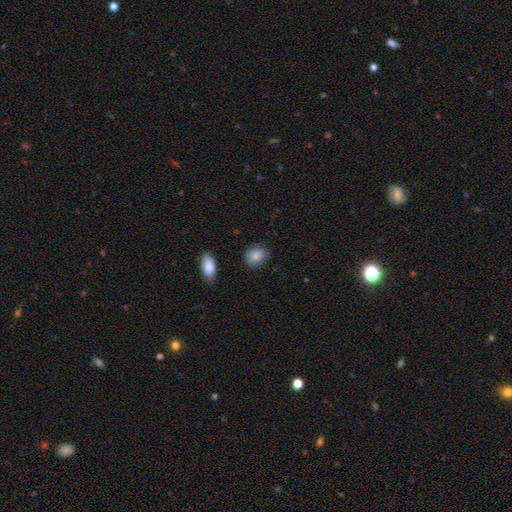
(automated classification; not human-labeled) Morphology: type=smooth (87%); roundness=round (66%); merging=none (83%).